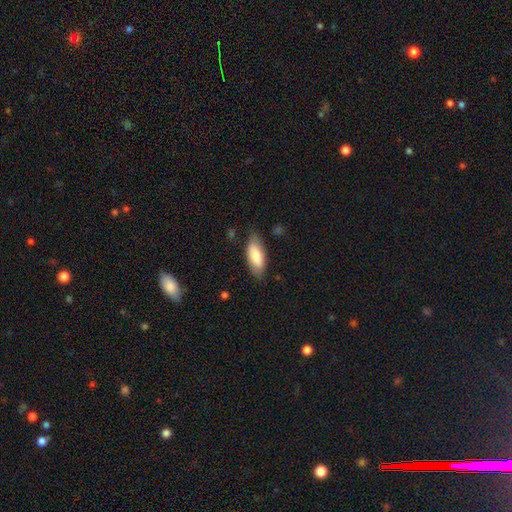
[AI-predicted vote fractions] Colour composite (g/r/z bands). It shows a smooth galaxy with no disk features (78%) that is in between round and cigar-shaped (78%). Merging: none (74%).